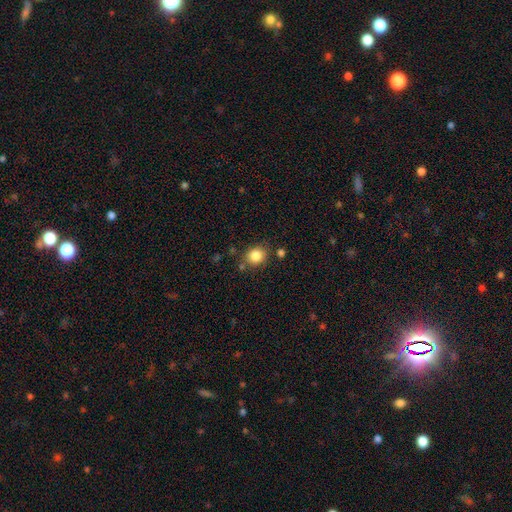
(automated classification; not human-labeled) A smooth galaxy with no disk features (85%) that is round (72%). Merging: none (77%).